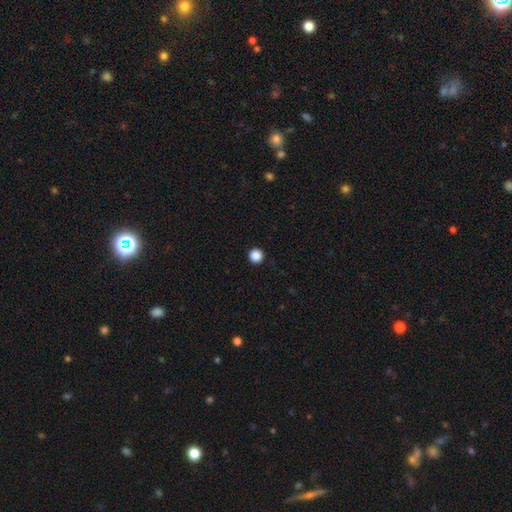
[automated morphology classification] A smooth galaxy with no disk features (88%) that is round (97%).

Vote fractions:
- Smooth or featured? smooth: 88% / star or artifact: 10% / featured or disk: 2%
- How rounded? round: 97% / in between: 2% / cigar-shaped: 1%
- Merging? none: 94% / minor disturbance: 4% / major disturbance: 1% / merger: 1%